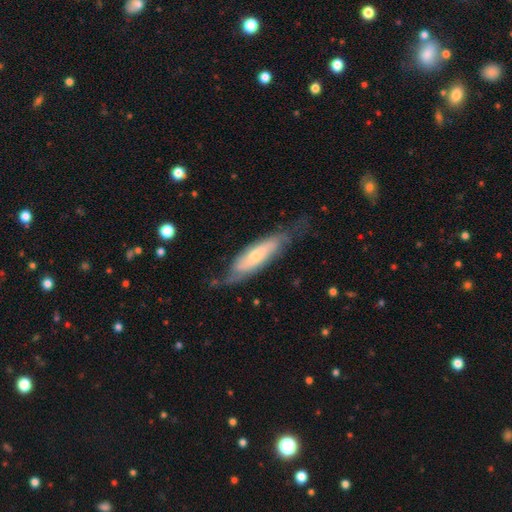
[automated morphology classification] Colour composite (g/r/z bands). It shows a featured or disk galaxy (56%). Merging: none (61%).